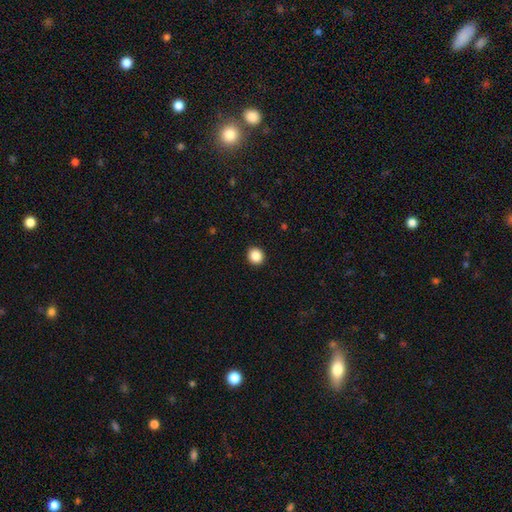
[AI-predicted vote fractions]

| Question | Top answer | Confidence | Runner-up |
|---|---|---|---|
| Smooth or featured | smooth | 87% | star or artifact (10%) |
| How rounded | round | 86% | in between (13%) |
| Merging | none | 93% | minor disturbance (5%) |